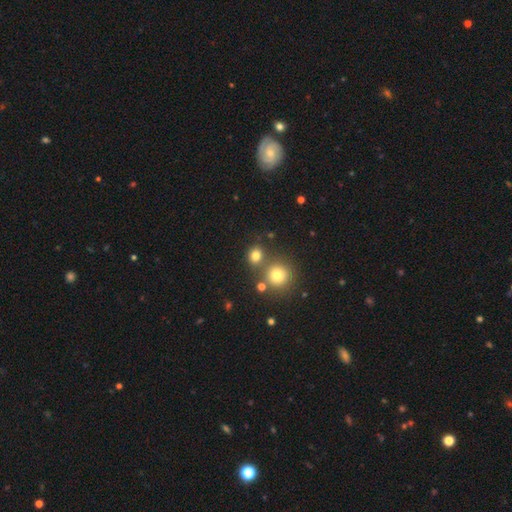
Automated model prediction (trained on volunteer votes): smooth-or-featured: smooth: 76% | star or artifact: 16% | featured or disk: 8%
  how-rounded: round: 75% | in between: 23% | cigar-shaped: 1%
  merging: none: 69% | merger: 19% | minor disturbance: 9% | major disturbance: 4%